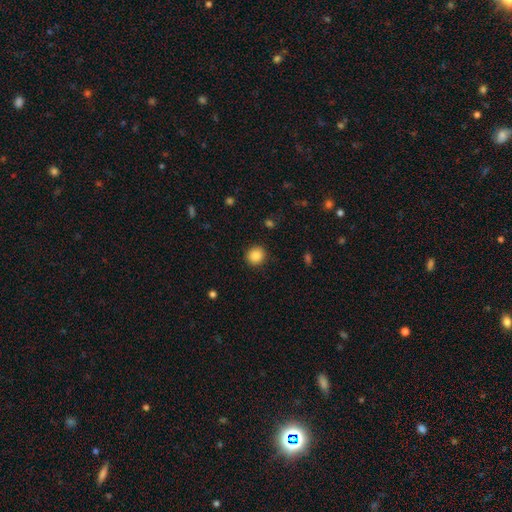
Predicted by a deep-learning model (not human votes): smooth_or_featured: smooth (p=0.87) [alt: star or artifact p=0.10]
how_rounded: round (p=0.89) [alt: in between p=0.10]
merging: none (p=0.90) [alt: minor disturbance p=0.06]